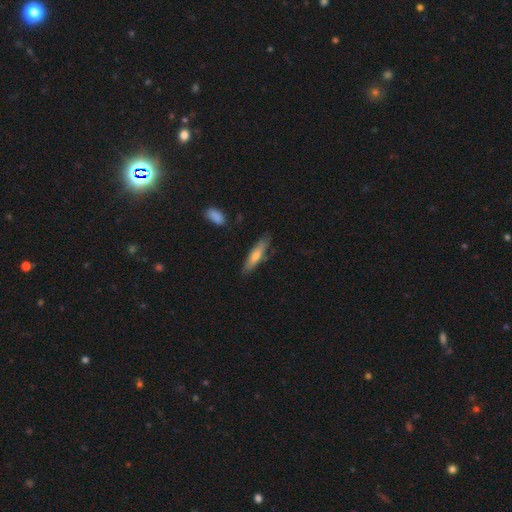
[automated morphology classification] A smooth galaxy with no disk features (61%) that is cigar-shaped (75%). Merging: none (78%).